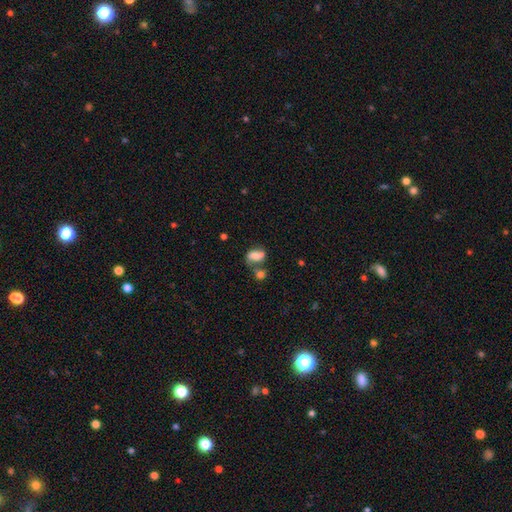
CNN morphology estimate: Smooth or featured?
  - smooth: 51% *
  - featured or disk: 38%
  - star or artifact: 11%
How rounded?
  - in between: 77% *
  - round: 21%
  - cigar-shaped: 2%
Merging?
  - merger: 41% *
  - none: 31%
  - minor disturbance: 16%
  - major disturbance: 12%